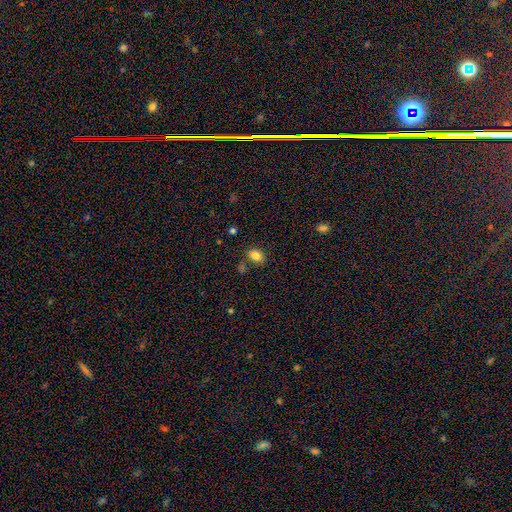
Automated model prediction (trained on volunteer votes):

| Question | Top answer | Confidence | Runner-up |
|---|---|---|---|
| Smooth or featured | smooth | 83% | star or artifact (11%) |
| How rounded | in between | 72% | round (27%) |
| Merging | none | 75% | minor disturbance (14%) |